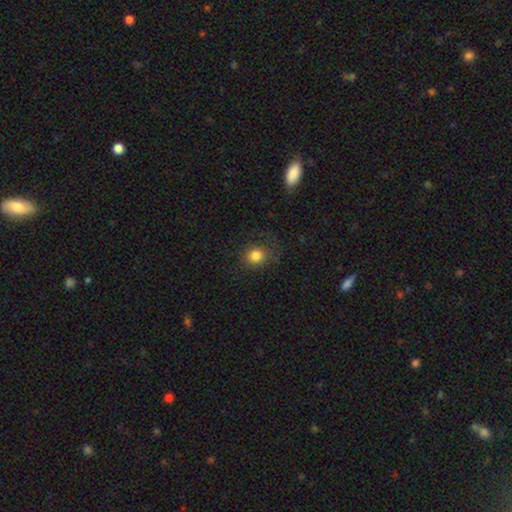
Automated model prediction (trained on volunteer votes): Q: Smooth or featured?
A: smooth (82%); runner-up: star or artifact (11%)
Q: How rounded?
A: round (76%); runner-up: in between (23%)
Q: Merging?
A: none (75%); runner-up: minor disturbance (15%)